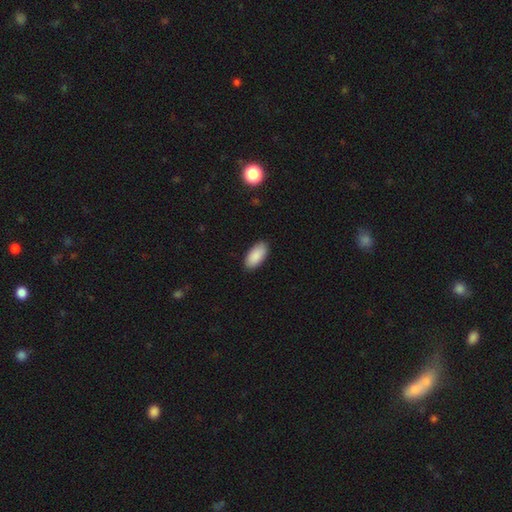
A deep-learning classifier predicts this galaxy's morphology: Smooth or featured? Predicted: smooth (p=0.90). How rounded? Predicted: in between (p=0.93). Merging? Predicted: none (p=0.88).